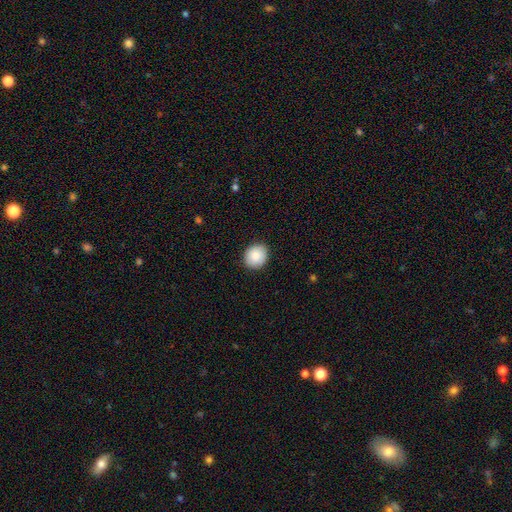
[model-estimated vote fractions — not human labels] Q: Smooth or featured?
A: smooth (86%); runner-up: star or artifact (8%)
Q: How rounded?
A: round (73%); runner-up: in between (26%)
Q: Merging?
A: none (89%); runner-up: minor disturbance (8%)